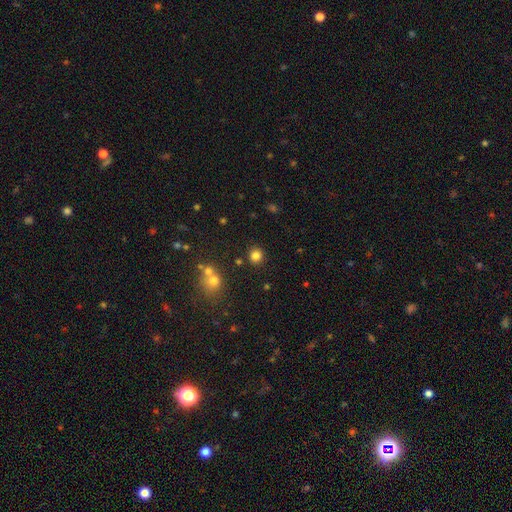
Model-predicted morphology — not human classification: Overall: smooth (81%). How rounded: round (91%). Merging: none (87%).